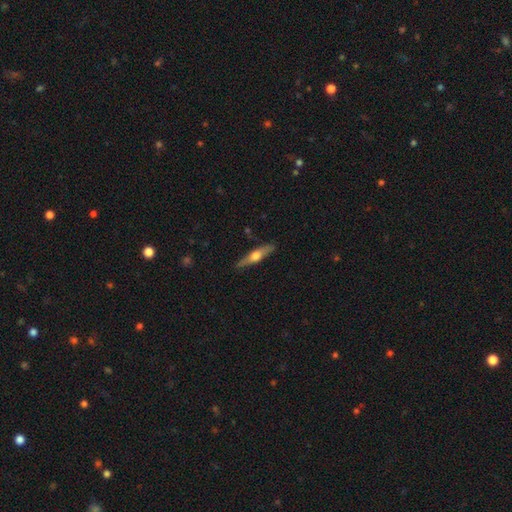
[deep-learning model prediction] A featured or disk galaxy (58%) viewed edge-on (94%) with a rounded central bulge (91%).

Vote fractions:
- Smooth or featured? featured or disk: 58% / smooth: 37% / star or artifact: 6%
- Edge-on disk? yes: 94% / no: 6%
- Edge-on bulge? rounded: 91% / boxy: 5% / none: 3%
- Merging? none: 87% / minor disturbance: 10% / major disturbance: 2% / merger: 1%